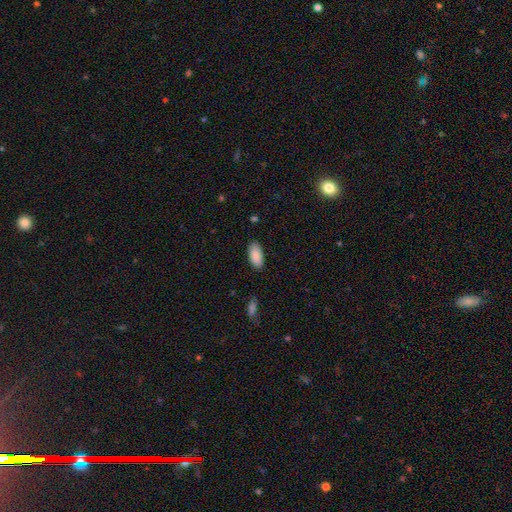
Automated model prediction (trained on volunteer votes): Smooth or featured: smooth — 89% (star or artifact — 6%)
How rounded: in between — 93% (cigar-shaped — 6%)
Merging: none — 86% (minor disturbance — 11%)